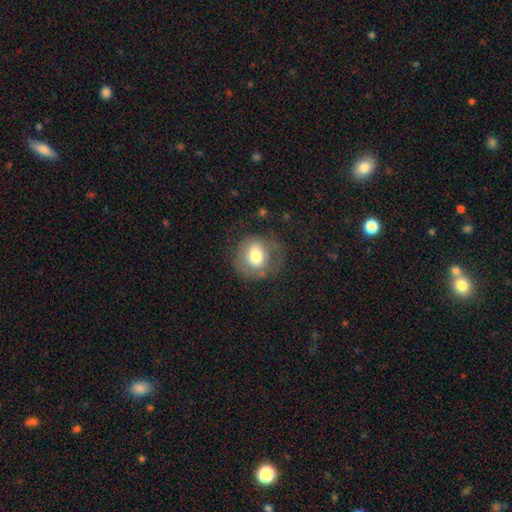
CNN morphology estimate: Smooth or featured?
  - smooth: 70% *
  - featured or disk: 22%
  - star or artifact: 9%
How rounded?
  - round: 76% *
  - in between: 23%
  - cigar-shaped: 1%
Merging?
  - none: 58% *
  - minor disturbance: 22%
  - major disturbance: 18%
  - merger: 2%